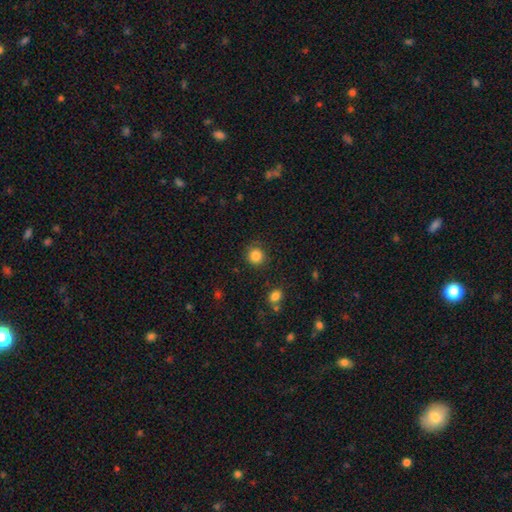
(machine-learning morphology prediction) Smooth or featured?
  - smooth: 85% *
  - star or artifact: 11%
  - featured or disk: 4%
How rounded?
  - round: 91% *
  - in between: 8%
  - cigar-shaped: 1%
Merging?
  - none: 87% *
  - minor disturbance: 9%
  - major disturbance: 3%
  - merger: 2%